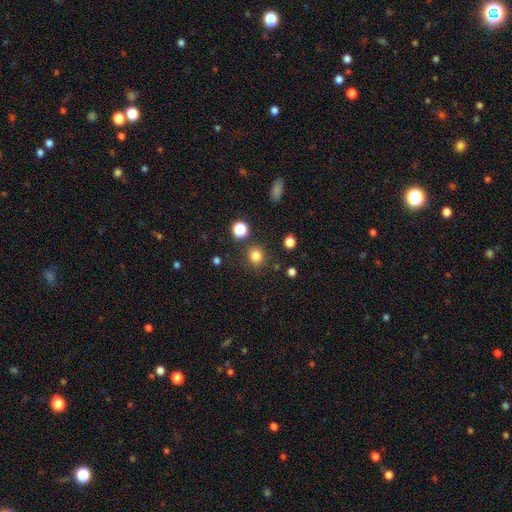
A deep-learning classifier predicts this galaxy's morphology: A smooth galaxy with no disk features (81%) that is round (87%).

Vote fractions:
- Smooth or featured? smooth: 81% / star or artifact: 14% / featured or disk: 5%
- How rounded? round: 87% / in between: 12% / cigar-shaped: 1%
- Merging? none: 85% / minor disturbance: 8% / merger: 4% / major disturbance: 3%